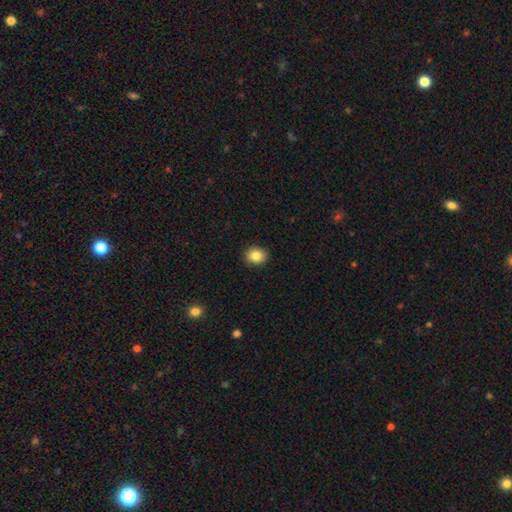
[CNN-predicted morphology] A smooth galaxy with no disk features (85%) that is round (64%). Merging: none (91%).